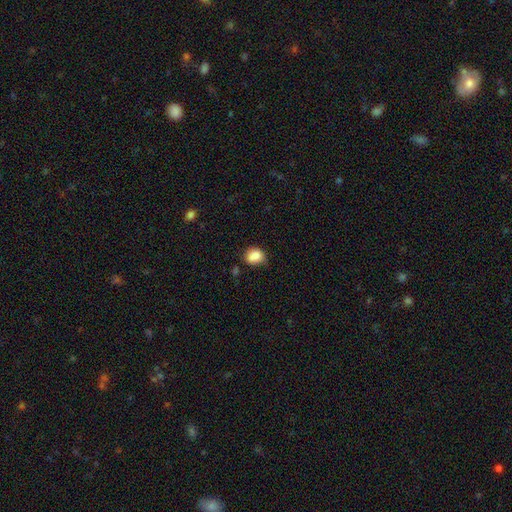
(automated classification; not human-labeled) The model was most divided on "how rounded": round: 55%, in between: 44%, cigar-shaped: 1%. More confident: smooth or featured — smooth (84%); merging — none (59%).